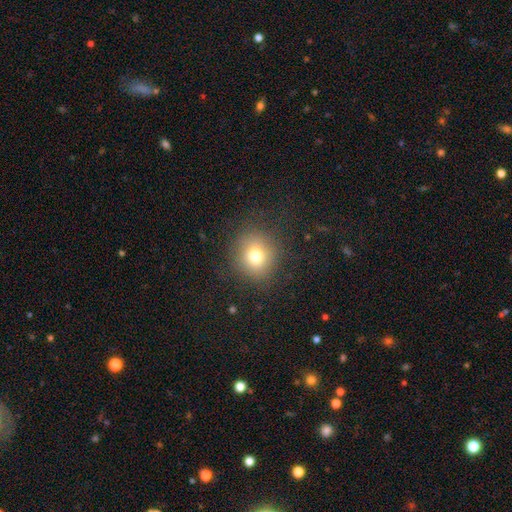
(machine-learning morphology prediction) Overall: smooth (74%). How rounded: round (87%). Merging: none (84%).